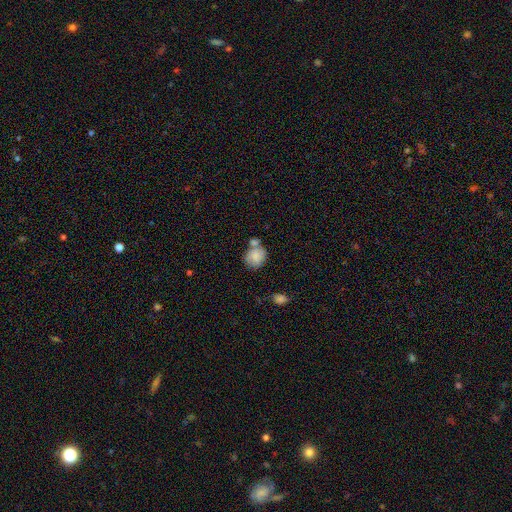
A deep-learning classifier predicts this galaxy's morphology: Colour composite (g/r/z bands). It shows a smooth galaxy with no disk features (77%) that is round (63%). Merging: none (42%).